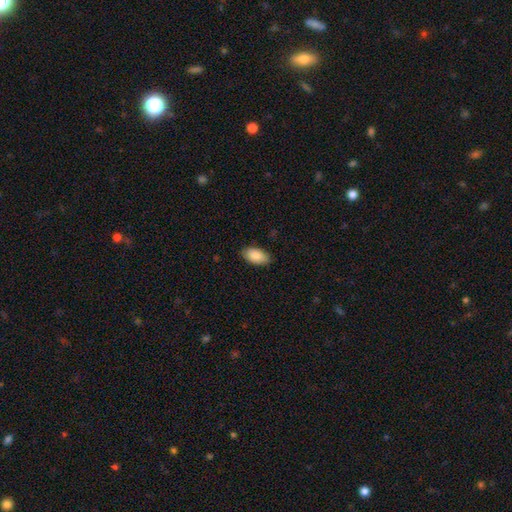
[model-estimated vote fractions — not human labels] Q: Smooth or featured?
A: smooth (89%); runner-up: star or artifact (6%)
Q: How rounded?
A: in between (95%); runner-up: round (3%)
Q: Merging?
A: none (86%); runner-up: minor disturbance (11%)